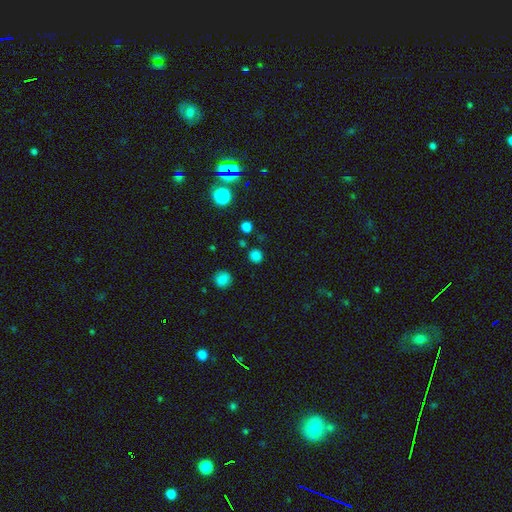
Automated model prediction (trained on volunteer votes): A smooth galaxy with no disk features (78%) that is round (90%).

Vote fractions:
- Smooth or featured? smooth: 78% / star or artifact: 19% / featured or disk: 4%
- How rounded? round: 90% / in between: 9% / cigar-shaped: 1%
- Merging? none: 85% / minor disturbance: 8% / merger: 4% / major disturbance: 3%